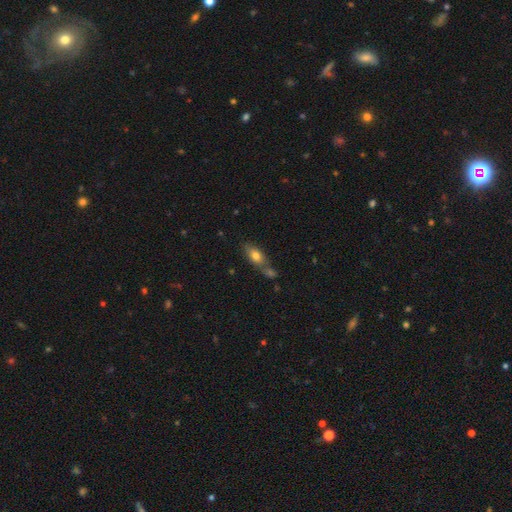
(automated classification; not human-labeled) Q: Smooth or featured?
A: smooth (72%); runner-up: featured or disk (20%)
Q: How rounded?
A: in between (76%); runner-up: cigar-shaped (16%)
Q: Merging?
A: none (43%); runner-up: merger (36%)